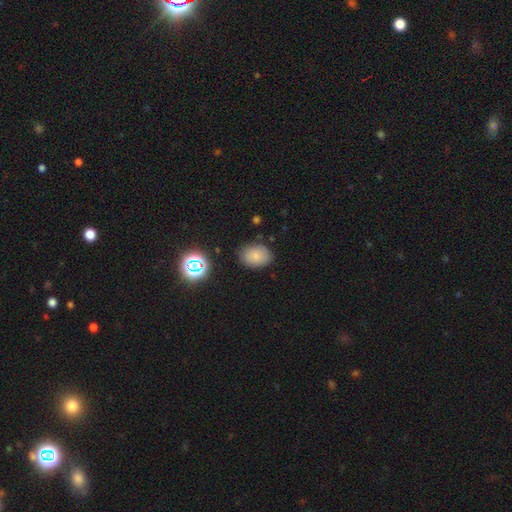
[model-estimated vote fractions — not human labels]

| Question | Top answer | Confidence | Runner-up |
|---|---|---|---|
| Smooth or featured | smooth | 79% | star or artifact (13%) |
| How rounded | in between | 69% | round (30%) |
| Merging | none | 82% | minor disturbance (13%) |